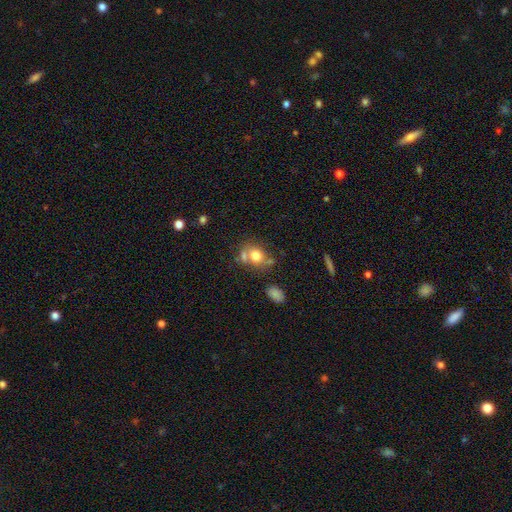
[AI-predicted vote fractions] Smooth or featured? smooth (74%)
How rounded? round (56%)
Merging? none (48%)